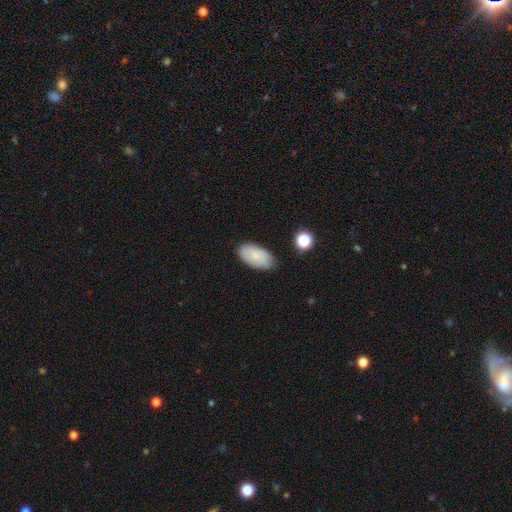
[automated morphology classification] smooth 79%, featured or disk 13%, star or artifact 8%. Down the decision tree: how rounded — in between (94%); merging — none (80%).